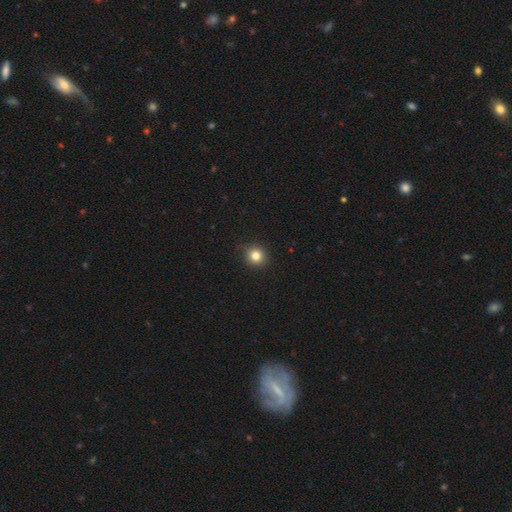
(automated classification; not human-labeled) smooth 82%, star or artifact 12%, featured or disk 6%. Down the decision tree: how rounded — round (91%); merging — none (89%).